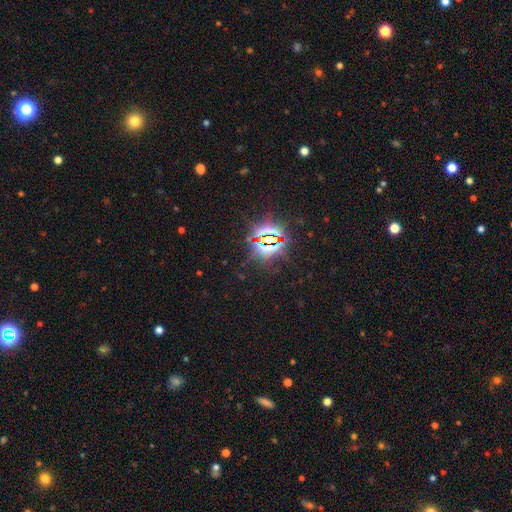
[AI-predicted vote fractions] This appears to be a star or artifact, not a galaxy (82%).